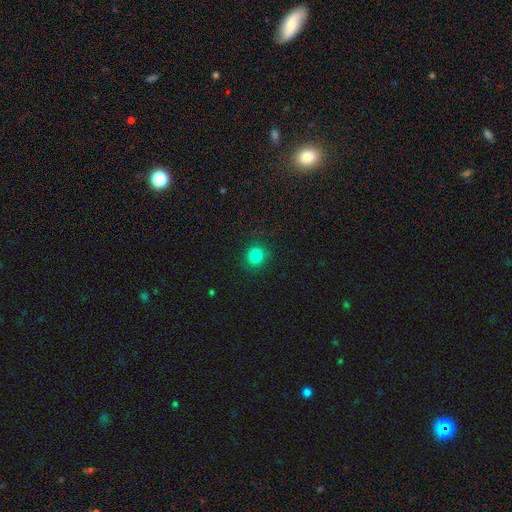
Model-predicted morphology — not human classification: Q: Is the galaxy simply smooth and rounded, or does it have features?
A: smooth — 83%.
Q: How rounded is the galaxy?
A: round — 87%.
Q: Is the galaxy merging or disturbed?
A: none — 90%.